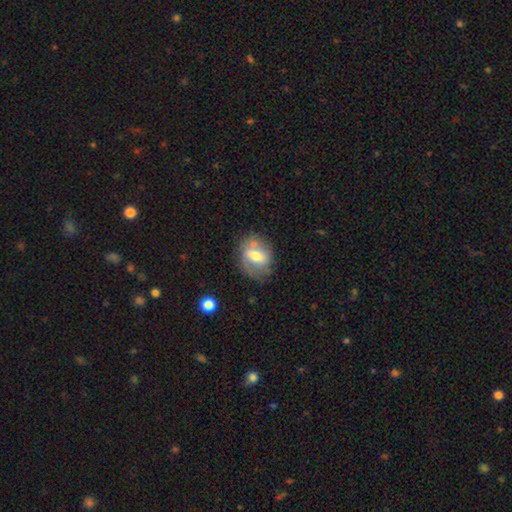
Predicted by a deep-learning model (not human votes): Morphology: type=smooth (52%); roundness=in between (57%); merging=none (59%).